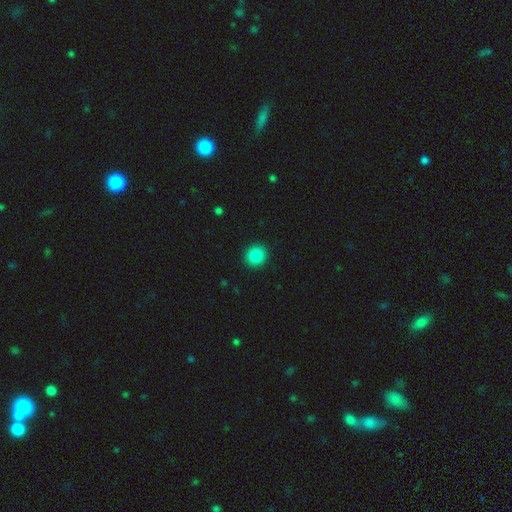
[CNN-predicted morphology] Smooth or featured? smooth (85%)
How rounded? round (86%)
Merging? none (92%)